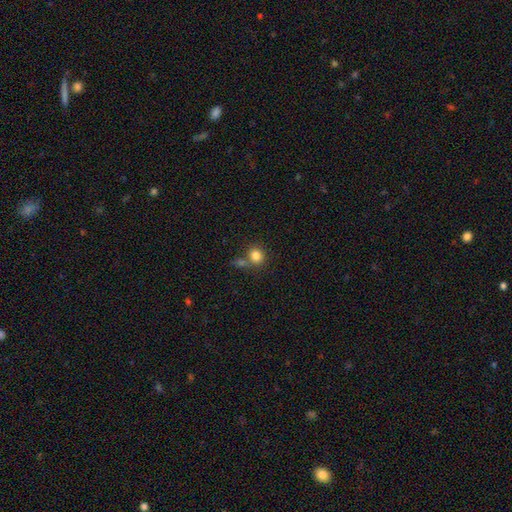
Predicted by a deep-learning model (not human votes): smooth-or-featured: smooth: 82% | star or artifact: 11% | featured or disk: 7%
  how-rounded: round: 81% | in between: 18% | cigar-shaped: 1%
  merging: none: 56% | merger: 28% | minor disturbance: 11% | major disturbance: 5%